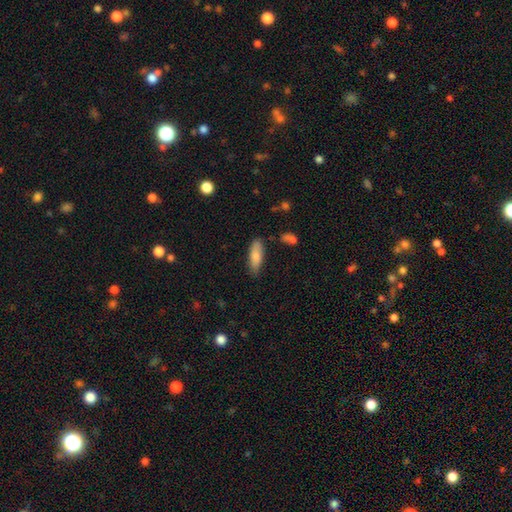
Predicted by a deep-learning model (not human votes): Overall: smooth (82%). How rounded: in between (59%; cigar-shaped 39%). Merging: none (74%).